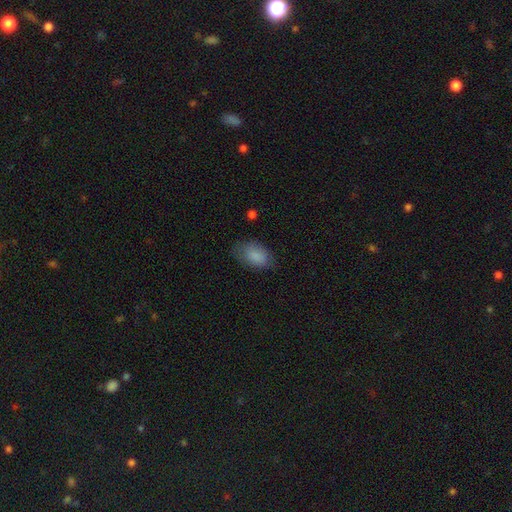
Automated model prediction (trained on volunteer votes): Q: Smooth or featured?
A: smooth (86%); runner-up: star or artifact (8%)
Q: How rounded?
A: in between (90%); runner-up: round (9%)
Q: Merging?
A: none (70%); runner-up: minor disturbance (22%)